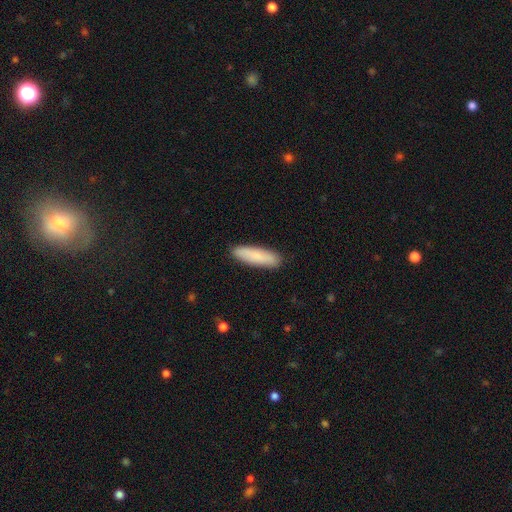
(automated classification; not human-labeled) A smooth galaxy with no disk features (85%) that is cigar-shaped (63%). Merging: none (89%).